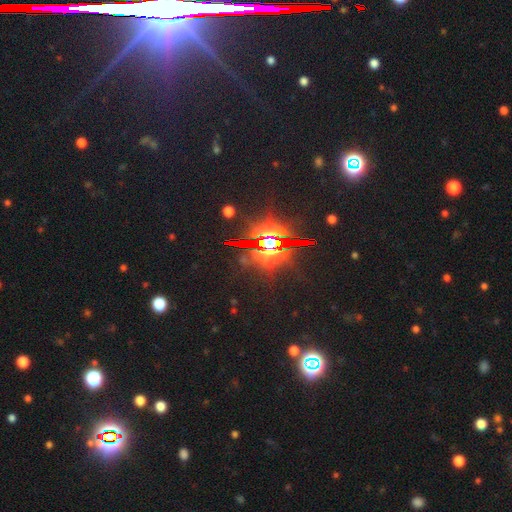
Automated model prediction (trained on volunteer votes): star or artifact 77%, featured or disk 15%, smooth 9%.